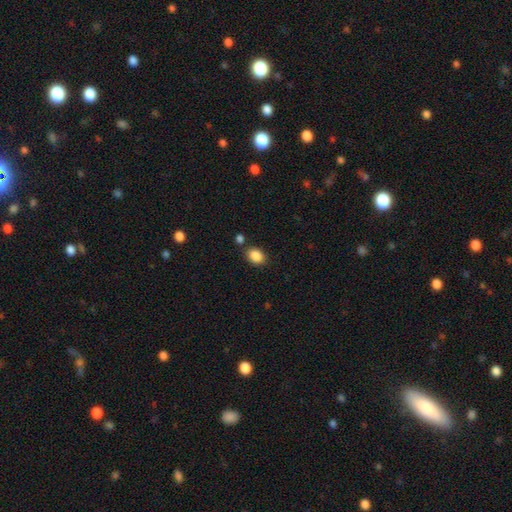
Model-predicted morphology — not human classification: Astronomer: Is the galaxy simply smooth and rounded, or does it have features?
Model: smooth — 87%.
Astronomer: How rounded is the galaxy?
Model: in between — 69%.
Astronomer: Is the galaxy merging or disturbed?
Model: none — 79%.